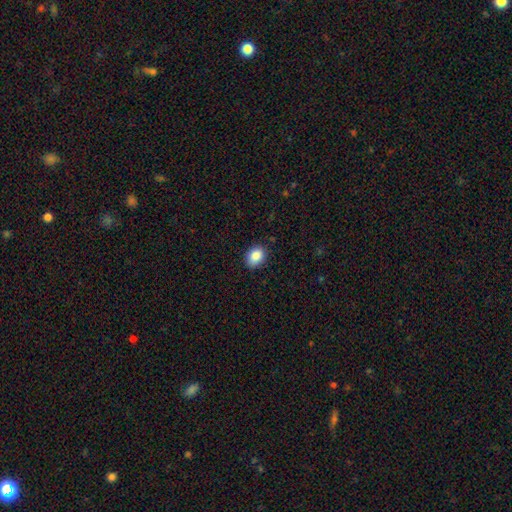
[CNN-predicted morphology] smooth_or_featured: smooth (p=0.88) [alt: star or artifact p=0.08]
how_rounded: in between (p=0.66) [alt: round p=0.33]
merging: none (p=0.87) [alt: minor disturbance p=0.10]